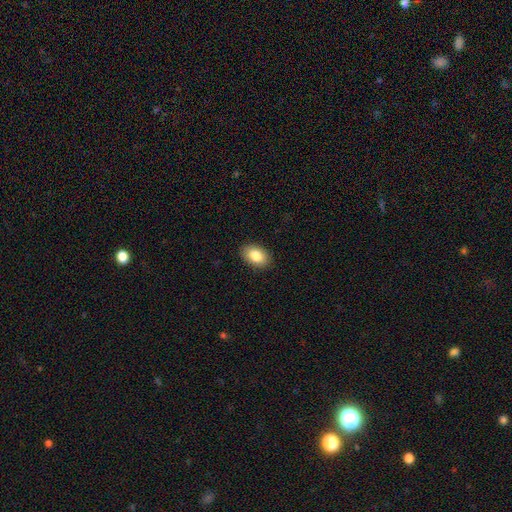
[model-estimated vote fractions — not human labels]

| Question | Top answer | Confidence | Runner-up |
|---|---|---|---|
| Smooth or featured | smooth | 85% | featured or disk (8%) |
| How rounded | in between | 90% | round (9%) |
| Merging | none | 89% | minor disturbance (8%) |